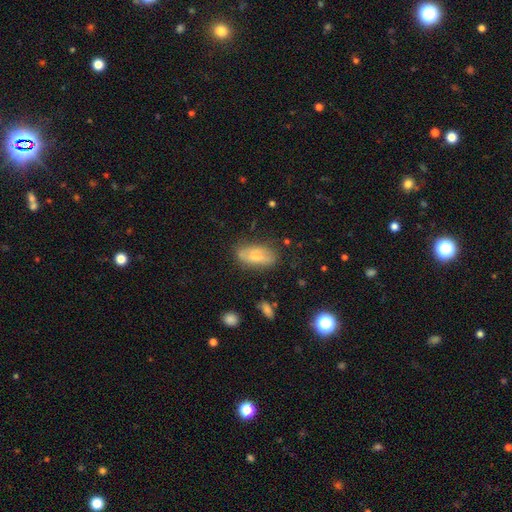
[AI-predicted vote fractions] Morphology: type=smooth (69%); roundness=in between (86%); merging=none (65%).